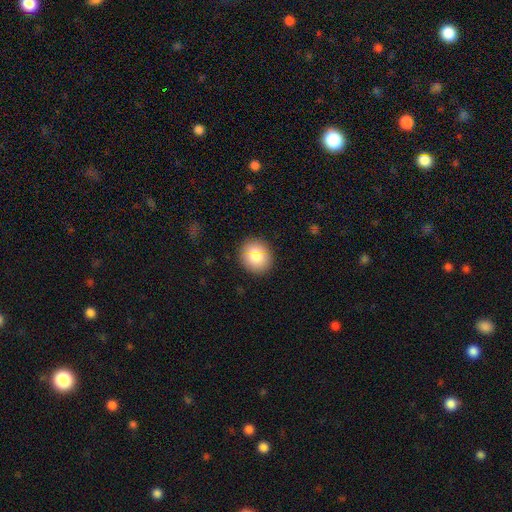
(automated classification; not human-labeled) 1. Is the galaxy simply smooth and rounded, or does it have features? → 76% smooth, 12% star or artifact, 12% featured or disk.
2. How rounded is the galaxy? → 84% round, 15% in between, 1% cigar-shaped.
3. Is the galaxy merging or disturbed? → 88% none, 7% minor disturbance, 2% major disturbance, 2% merger.